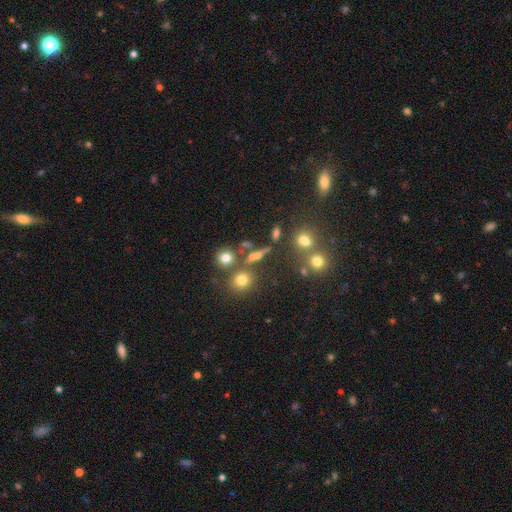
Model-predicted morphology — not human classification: A smooth galaxy with no disk features (50%) that is round (54%). Merging: none (66%).